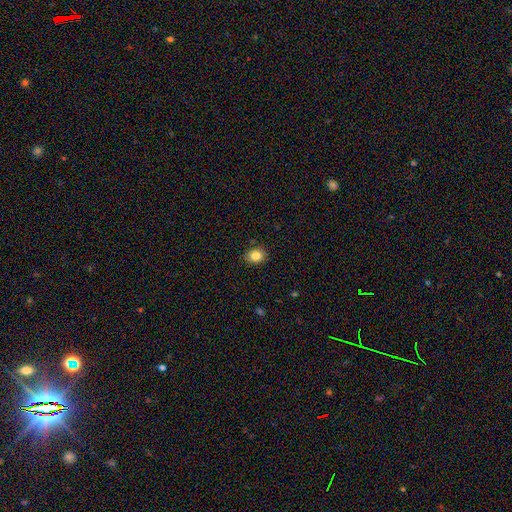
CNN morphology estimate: This appears to be a smooth galaxy with no disk features (84%) that is round (55%). Merging: none (88%).